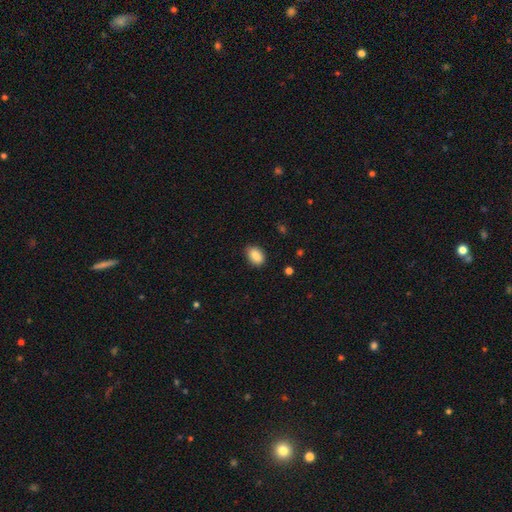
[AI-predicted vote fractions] smooth-or-featured: smooth: 88% | star or artifact: 7% | featured or disk: 4%
  how-rounded: in between: 86% | round: 12% | cigar-shaped: 1%
  merging: none: 82% | minor disturbance: 14% | major disturbance: 3% | merger: 1%